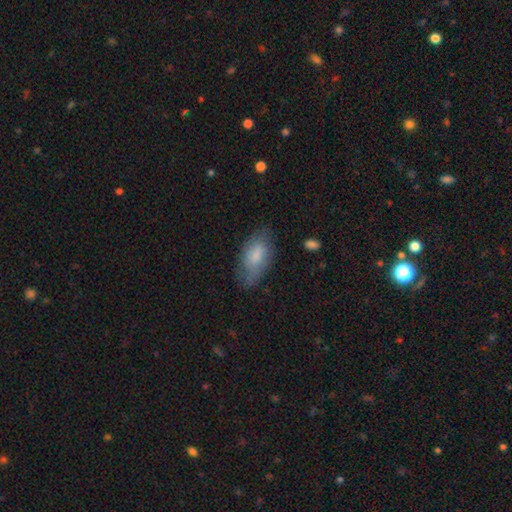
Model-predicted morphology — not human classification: smooth-or-featured: smooth: 71% | featured or disk: 23% | star or artifact: 7%
  how-rounded: in between: 90% | cigar-shaped: 7% | round: 3%
  merging: none: 65% | minor disturbance: 25% | major disturbance: 8% | merger: 2%